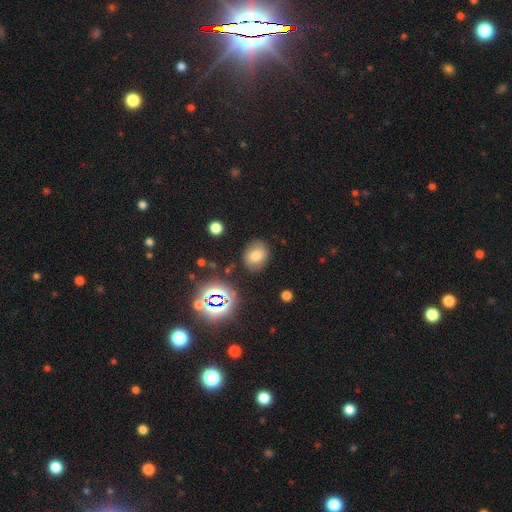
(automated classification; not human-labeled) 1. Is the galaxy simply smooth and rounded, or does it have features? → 70% smooth, 17% star or artifact, 13% featured or disk.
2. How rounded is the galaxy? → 56% round, 43% in between, 1% cigar-shaped.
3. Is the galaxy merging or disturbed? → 82% none, 12% minor disturbance, 4% major disturbance, 2% merger.